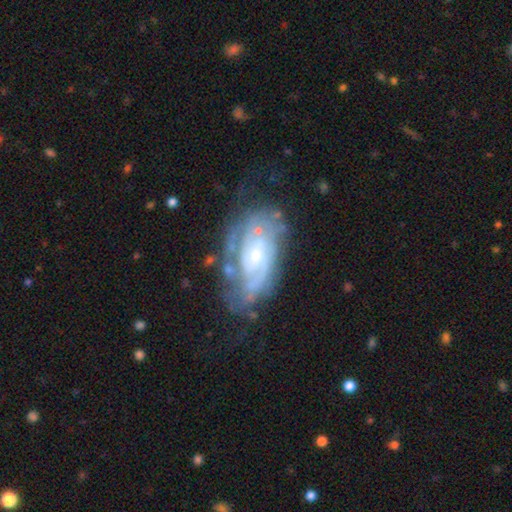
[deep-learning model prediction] featured or disk 83%, smooth 11%, star or artifact 6%. Down the decision tree: edge-on disk — no (95%); bar — no (66%); spiral arms — yes (91%); spiral arm count — can't tell (37%); spiral winding — tight (64%); bulge size — small (66%); merging — none (59%).